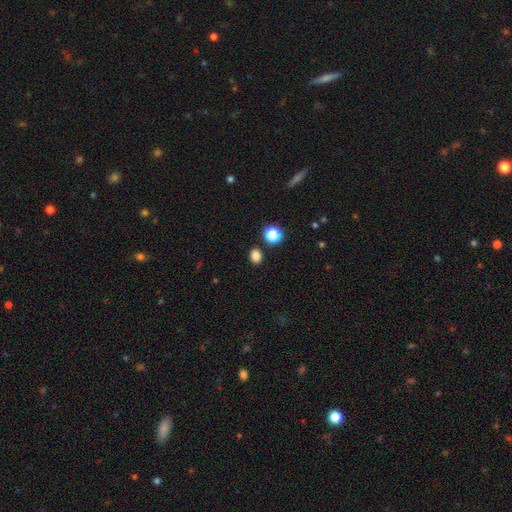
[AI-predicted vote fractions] Overall: smooth (82%). How rounded: round (59%; in between 40%). Merging: none (87%).